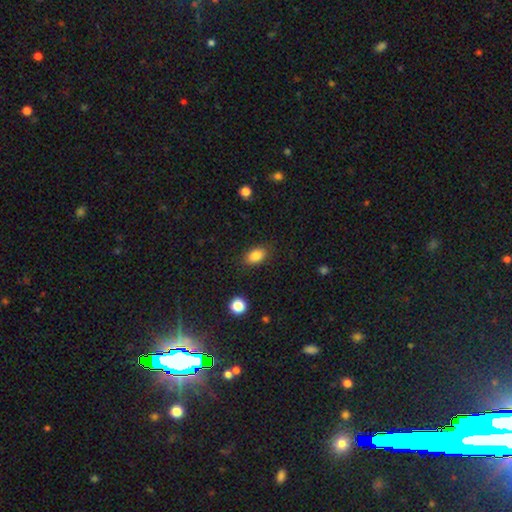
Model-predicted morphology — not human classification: A smooth galaxy with no disk features (85%) that is in between round and cigar-shaped (86%). Merging: none (85%).